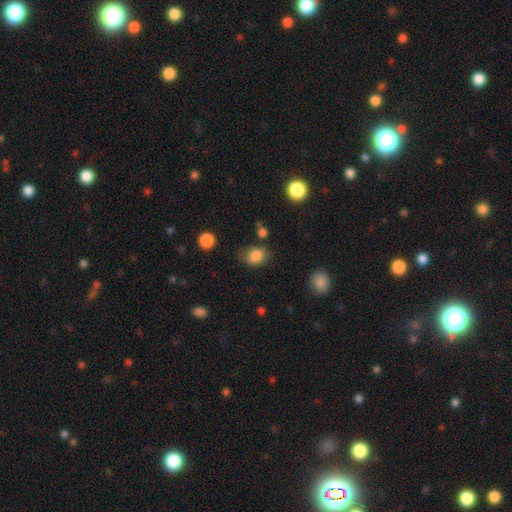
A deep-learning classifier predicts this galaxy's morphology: smooth_or_featured: smooth (p=0.85) [alt: star or artifact p=0.09]
how_rounded: in between (p=0.61) [alt: round p=0.38]
merging: none (p=0.67) [alt: minor disturbance p=0.22]